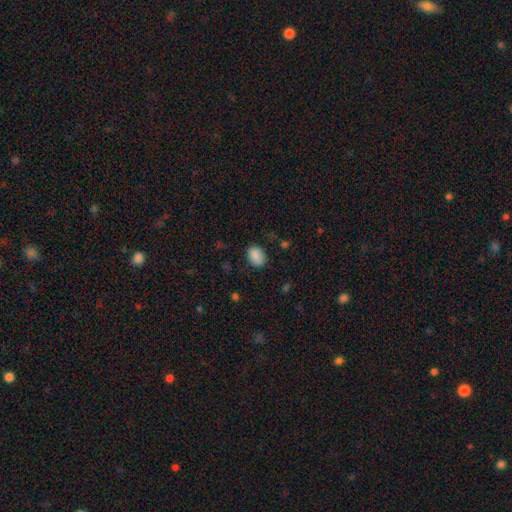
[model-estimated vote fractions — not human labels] This is clearly a smooth galaxy (88%). How rounded: likely in between (72%). Merging: clearly none (82%).